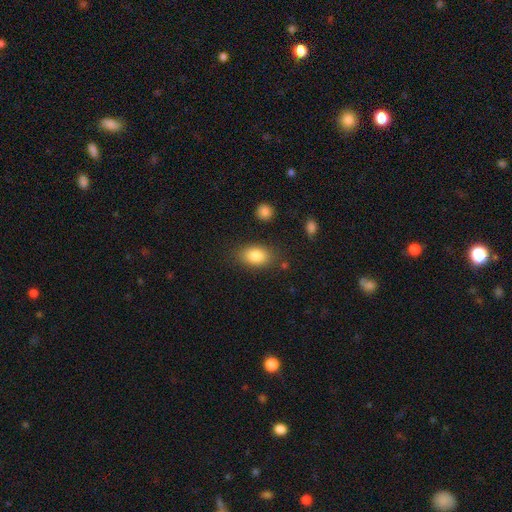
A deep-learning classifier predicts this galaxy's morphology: This appears to be a smooth galaxy with no disk features (84%) that is in between round and cigar-shaped (86%). Merging: none (81%).